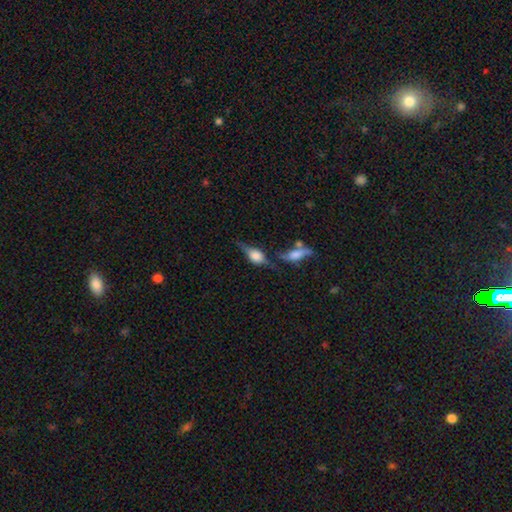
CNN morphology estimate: Overall: featured or disk (54%; smooth 37%). Edge-on disk: yes (86%). Merging: none (43%; merger 23%).